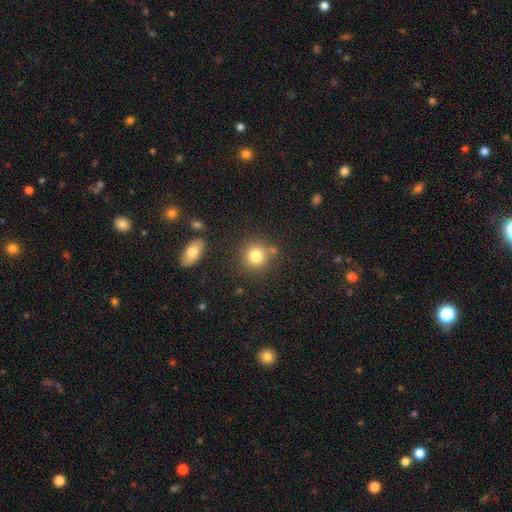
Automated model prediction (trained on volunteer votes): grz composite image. It shows a smooth galaxy with no disk features (81%) that is round (89%). Merging: none (78%).